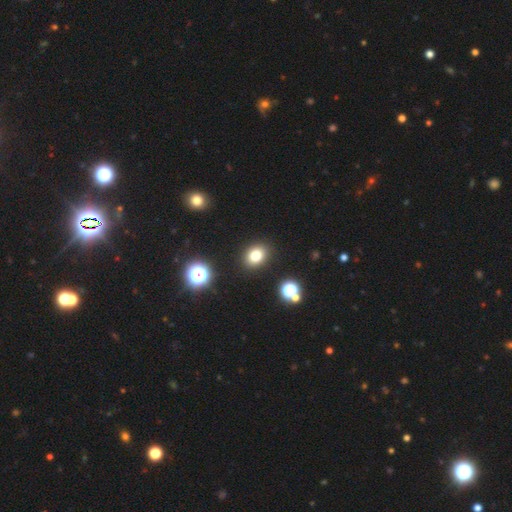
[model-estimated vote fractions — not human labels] A smooth galaxy with no disk features (79%) that is in between round and cigar-shaped (50%). Merging: none (88%).